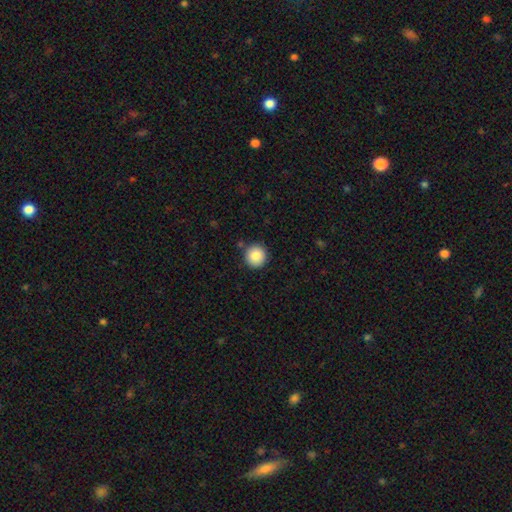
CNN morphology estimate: Q: Smooth or featured?
A: smooth (87%); runner-up: star or artifact (9%)
Q: How rounded?
A: round (94%); runner-up: in between (5%)
Q: Merging?
A: none (88%); runner-up: minor disturbance (7%)